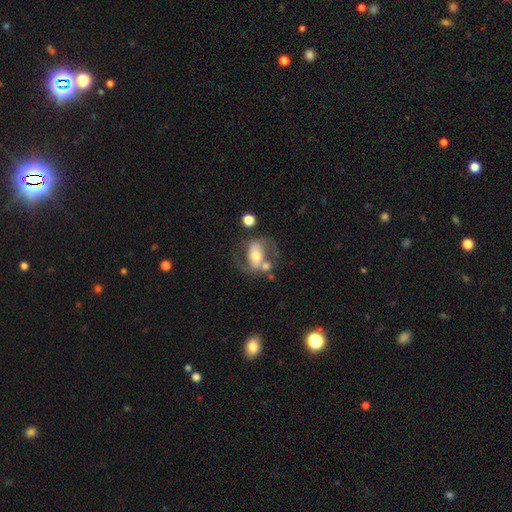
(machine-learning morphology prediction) A featured or disk galaxy (63%) with no bar (40%), spiral arms (62%) and a moderate central bulge (66%).

Vote fractions:
- Smooth or featured? featured or disk: 63% / smooth: 29% / star or artifact: 7%
- Edge-on disk? no: 94% / yes: 6%
- Bar? no: 40% / strong: 33% / weak: 28%
- Spiral arms? yes: 62% / no: 38%
- Bulge size? moderate: 66% / small: 19% / large: 12% / dominant: 2% / none: 2%
- Merging? none: 44% / merger: 22% / minor disturbance: 17% / major disturbance: 16%